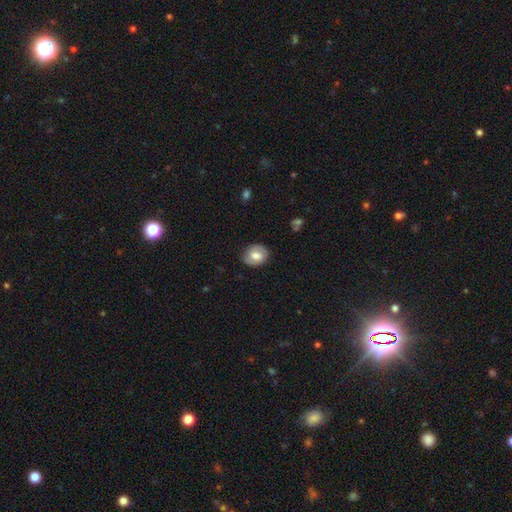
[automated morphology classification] Q: Smooth or featured?
A: smooth (61%); runner-up: featured or disk (32%)
Q: How rounded?
A: in between (50%); runner-up: round (49%)
Q: Merging?
A: none (81%); runner-up: minor disturbance (14%)